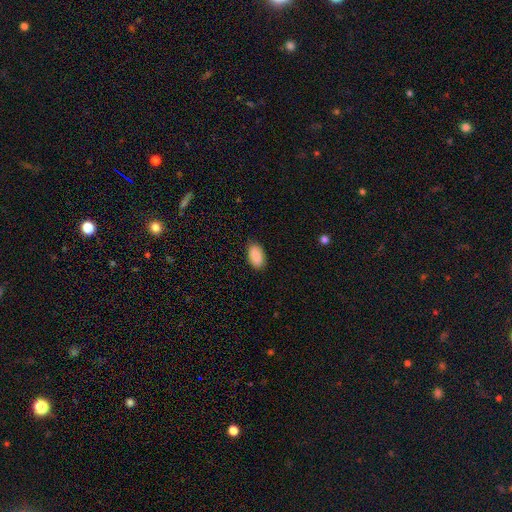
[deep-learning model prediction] This is clearly a smooth galaxy (87%). How rounded: clearly in between (94%). Merging: clearly none (86%).